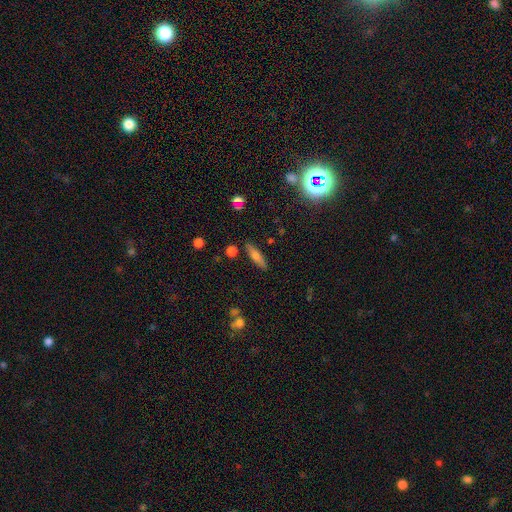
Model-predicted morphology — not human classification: smooth-or-featured: smooth: 67% | featured or disk: 24% | star or artifact: 9%
  how-rounded: cigar-shaped: 63% | in between: 34% | round: 3%
  merging: none: 84% | minor disturbance: 10% | merger: 3% | major disturbance: 3%